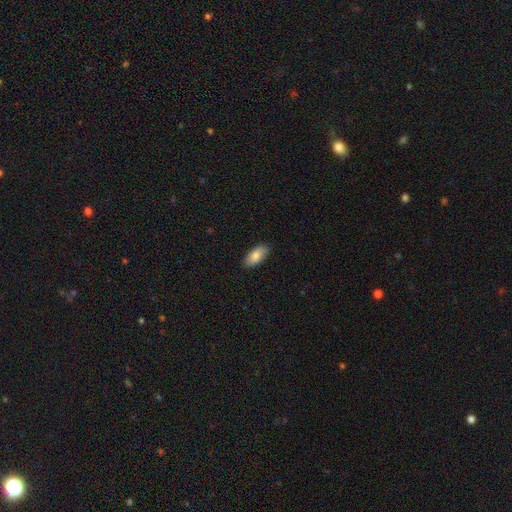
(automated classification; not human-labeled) This appears to be a smooth galaxy with no disk features (84%) that is in between round and cigar-shaped (88%). Merging: none (88%).